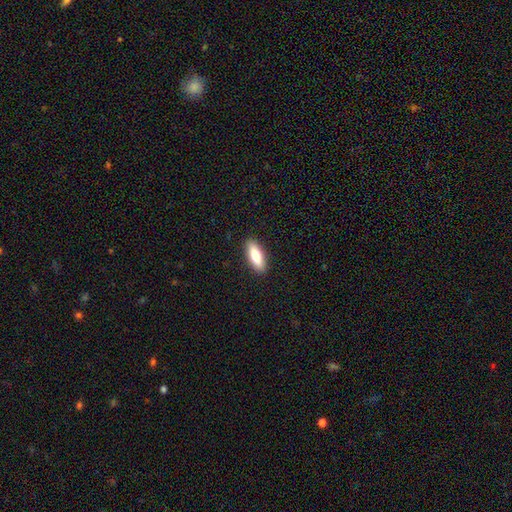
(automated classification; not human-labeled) This is likely a smooth galaxy (77%). How rounded: likely in between (66%). Merging: clearly none (90%).